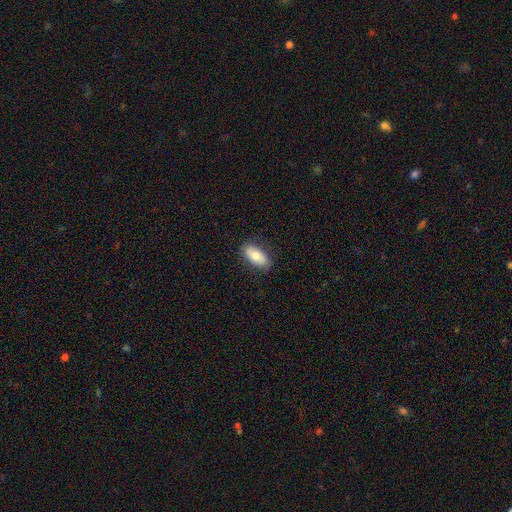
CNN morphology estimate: Overall: smooth (75%). How rounded: in between (90%). Merging: none (85%).